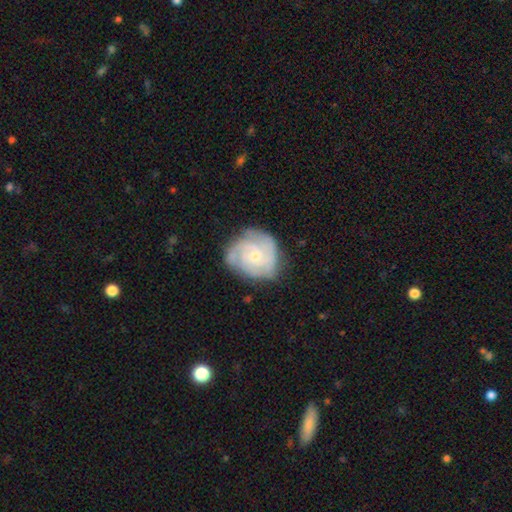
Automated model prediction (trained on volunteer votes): This is likely a featured or disk galaxy (76%). It is clearly not viewed edge-on (98%). Bar: likely no (68%). Spiral arm pattern: clearly yes (91%). Spiral arm count: marginally can't tell (32%). Spiral winding: likely tight (64%). Central bulge: likely small (66%). Merging: likely none (68%).